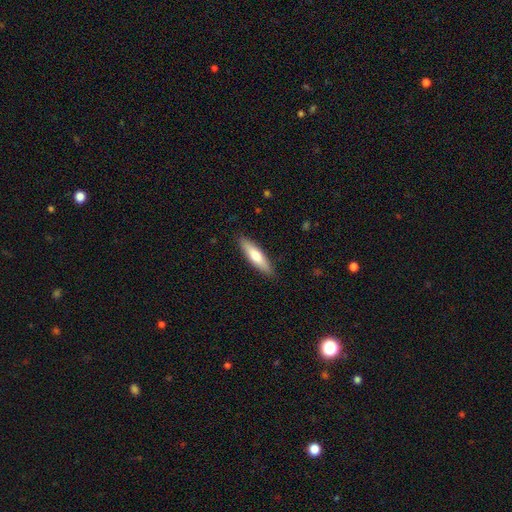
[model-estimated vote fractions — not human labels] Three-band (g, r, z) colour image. It shows a smooth galaxy with no disk features (71%) that is cigar-shaped (67%). Merging: none (87%).